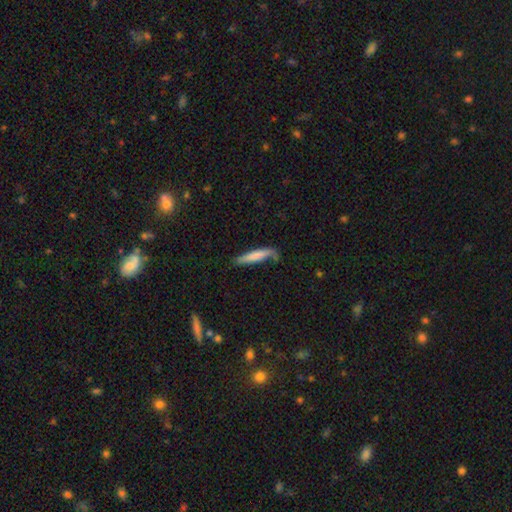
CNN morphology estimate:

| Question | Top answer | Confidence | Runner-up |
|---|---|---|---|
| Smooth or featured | smooth | 70% | featured or disk (24%) |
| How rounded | cigar-shaped | 89% | in between (9%) |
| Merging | none | 62% | minor disturbance (25%) |